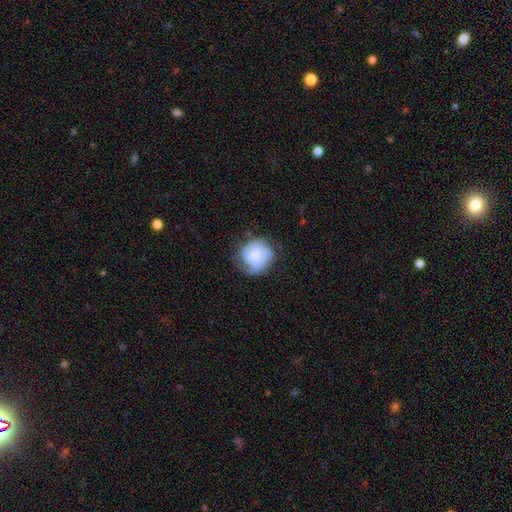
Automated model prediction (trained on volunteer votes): Morphology: type=featured or disk (60%); edge-on=no (98%); bar=no (55%); spiral arms=yes (90%); winding=medium (42%, tied with tight); arm count=3 (33%); bulge=small (42%); merging=none (63%).